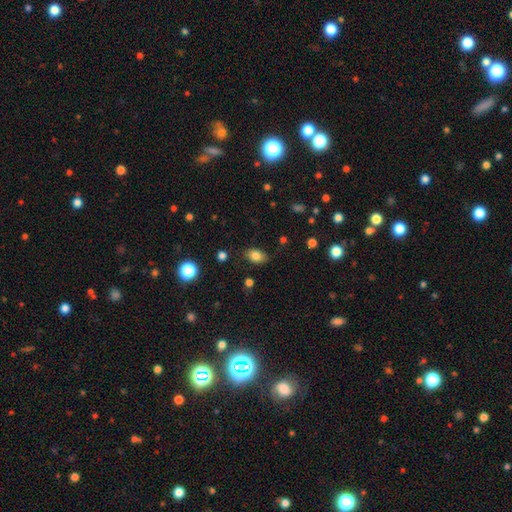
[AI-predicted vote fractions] A smooth galaxy with no disk features (81%) that is in between round and cigar-shaped (84%).

Vote fractions:
- Smooth or featured? smooth: 81% / star or artifact: 10% / featured or disk: 8%
- How rounded? in between: 84% / round: 15% / cigar-shaped: 2%
- Merging? none: 82% / minor disturbance: 13% / major disturbance: 3% / merger: 2%